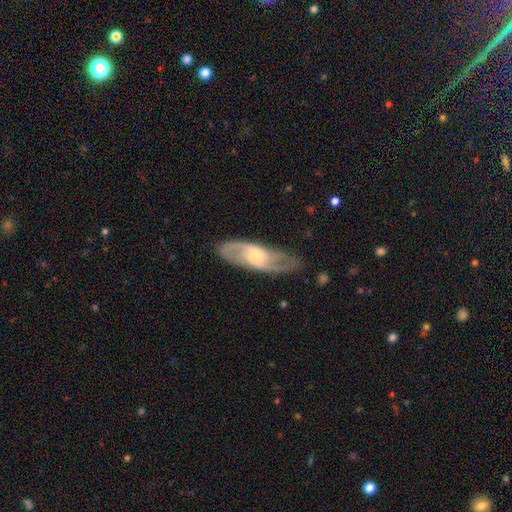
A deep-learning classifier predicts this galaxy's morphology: Smooth or featured: featured or disk — 81% (smooth — 15%)
Edge-on disk: no — 88% (yes — 12%)
Bar: no — 55% (weak — 36%)
Spiral arms: yes — 95% (no — 5%)
Spiral winding: medium — 50% (loose — 26%)
Spiral arm count: 2 — 73% (can't tell — 10%)
Bulge size: moderate — 47% (small — 43%)
Merging: none — 78% (minor disturbance — 15%)